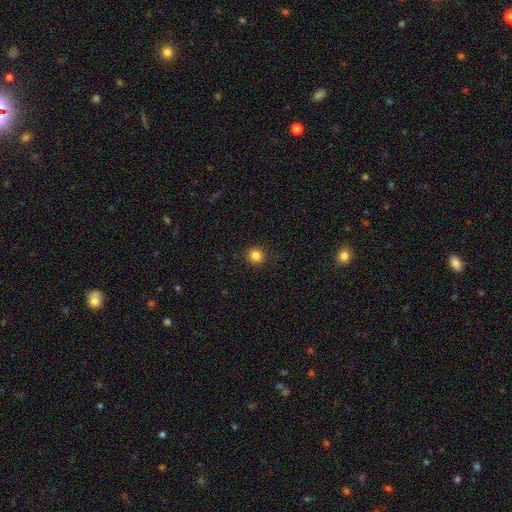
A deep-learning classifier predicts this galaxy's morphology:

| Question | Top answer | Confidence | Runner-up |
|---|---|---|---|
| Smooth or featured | smooth | 84% | star or artifact (12%) |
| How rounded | round | 92% | in between (7%) |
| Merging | none | 92% | minor disturbance (5%) |